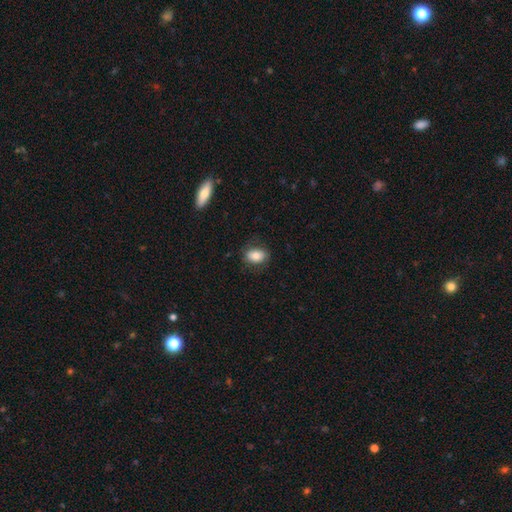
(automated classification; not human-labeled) The model was most divided on "how rounded": in between: 78%, round: 20%, cigar-shaped: 1%. More confident: merging — none (79%); smooth or featured — smooth (79%).